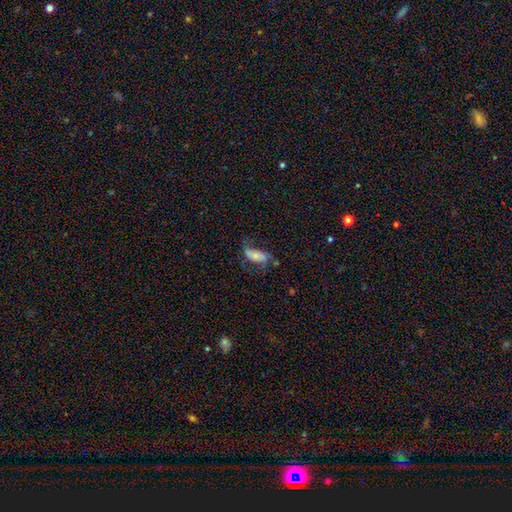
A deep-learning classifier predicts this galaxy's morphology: Smooth or featured: smooth — 54% (featured or disk — 37%)
How rounded: in between — 83% (cigar-shaped — 14%)
Merging: none — 44% (minor disturbance — 28%)